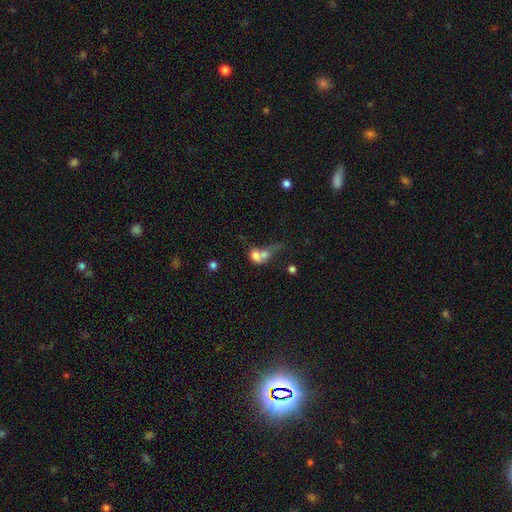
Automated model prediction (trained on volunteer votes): Smooth or featured? smooth (64%)
How rounded? in between (55%)
Merging? merger (70%)